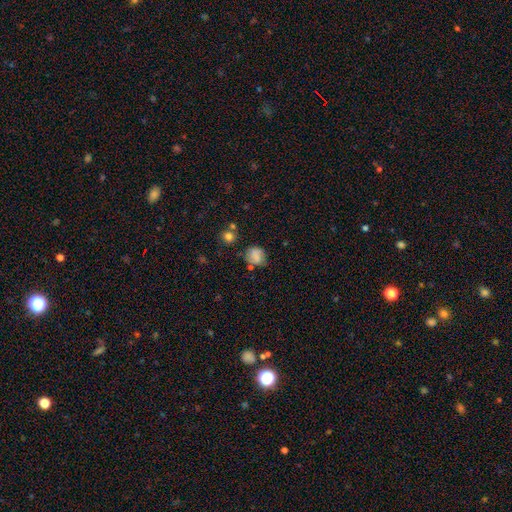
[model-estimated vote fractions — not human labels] Overall: smooth (76%). How rounded: round (64%; in between 34%). Merging: none (61%; minor disturbance 25%).